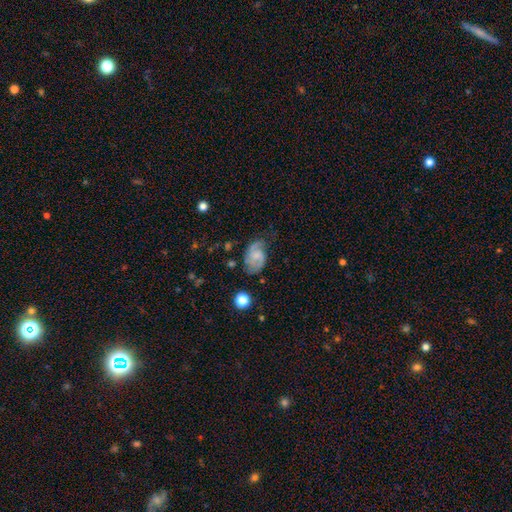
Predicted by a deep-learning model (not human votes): Smooth or featured: featured or disk — 71% (smooth — 22%)
Edge-on disk: no — 98% (yes — 2%)
Bar: no — 53% (weak — 41%)
Spiral arms: yes — 94% (no — 6%)
Spiral winding: medium — 49% (tight — 27%)
Spiral arm count: 2 — 77% (can't tell — 10%)
Bulge size: small — 46% (none — 29%)
Merging: none — 61% (minor disturbance — 25%)